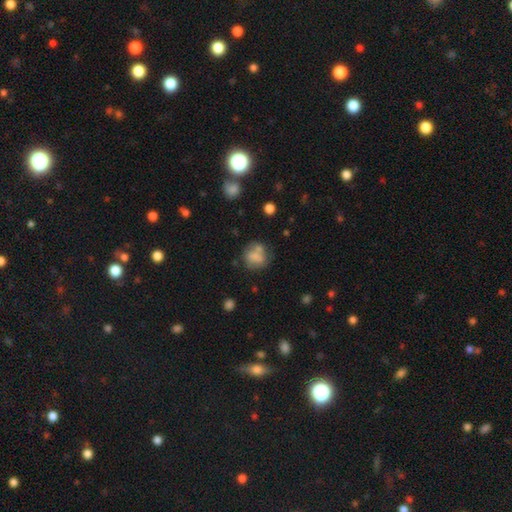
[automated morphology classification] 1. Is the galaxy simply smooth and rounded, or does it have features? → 72% smooth, 18% featured or disk, 10% star or artifact.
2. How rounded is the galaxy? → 70% round, 29% in between, 1% cigar-shaped.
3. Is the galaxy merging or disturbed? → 50% none, 22% merger, 19% minor disturbance, 10% major disturbance.